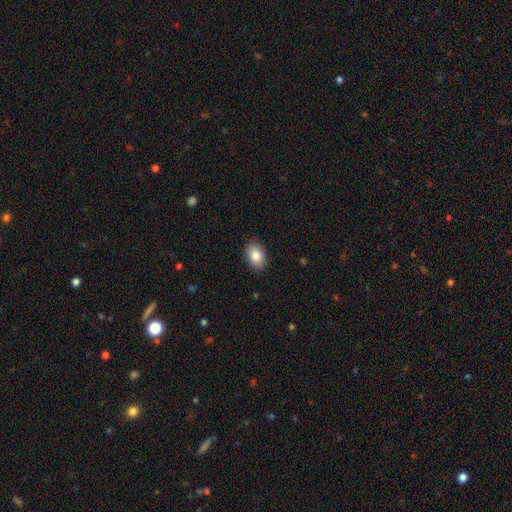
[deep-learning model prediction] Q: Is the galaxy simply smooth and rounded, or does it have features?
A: smooth — 83%.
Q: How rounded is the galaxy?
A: in between — 86%.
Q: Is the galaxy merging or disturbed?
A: none — 88%.